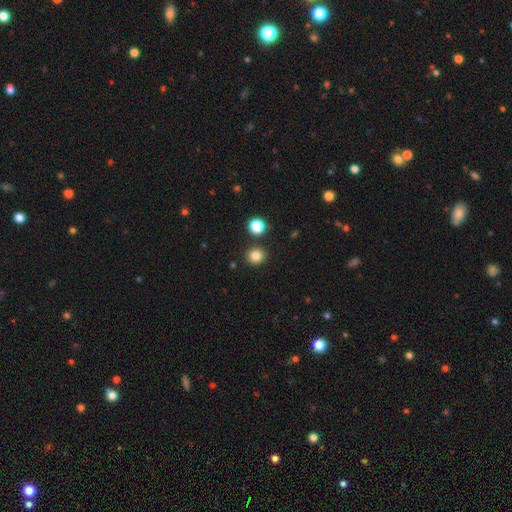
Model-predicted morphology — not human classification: type=smooth (83%); roundness=round (90%); merging=none (87%).